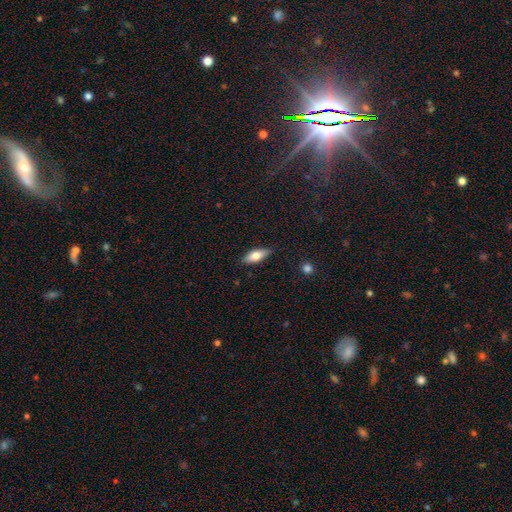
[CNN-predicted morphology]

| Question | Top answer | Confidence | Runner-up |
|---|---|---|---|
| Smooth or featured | smooth | 73% | featured or disk (20%) |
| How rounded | in between | 72% | cigar-shaped (26%) |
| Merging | none | 86% | minor disturbance (11%) |